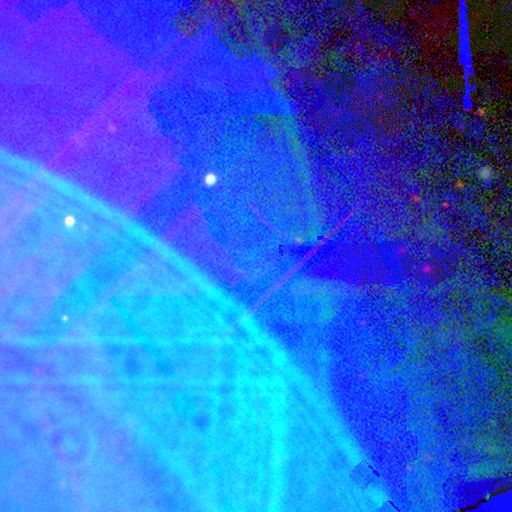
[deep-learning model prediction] Overall: star or artifact (83%).